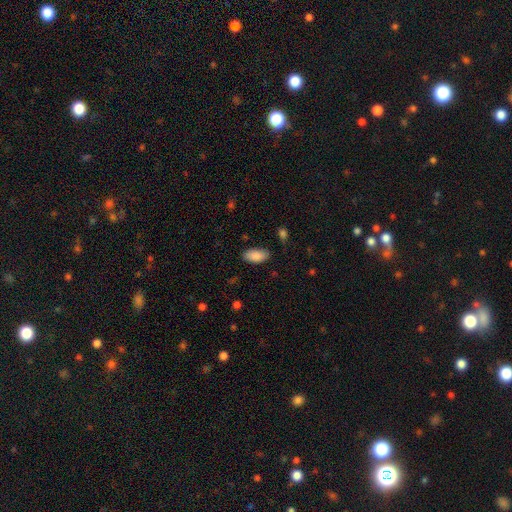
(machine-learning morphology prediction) Q: Smooth or featured?
A: smooth (88%); runner-up: star or artifact (7%)
Q: How rounded?
A: in between (94%); runner-up: cigar-shaped (4%)
Q: Merging?
A: none (82%); runner-up: minor disturbance (14%)